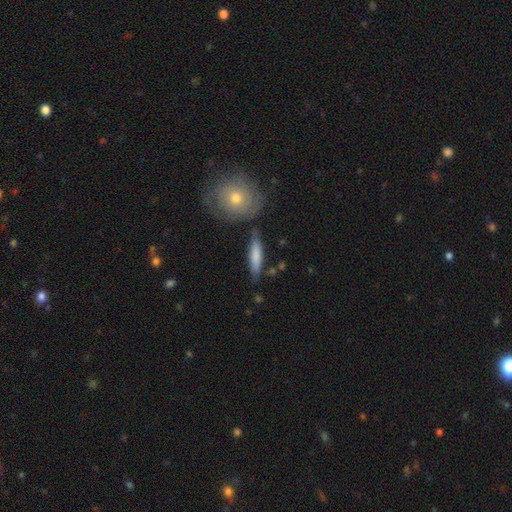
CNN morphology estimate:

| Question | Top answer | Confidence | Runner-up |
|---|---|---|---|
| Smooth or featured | smooth | 72% | featured or disk (23%) |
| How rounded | cigar-shaped | 79% | in between (19%) |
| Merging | none | 75% | minor disturbance (14%) |